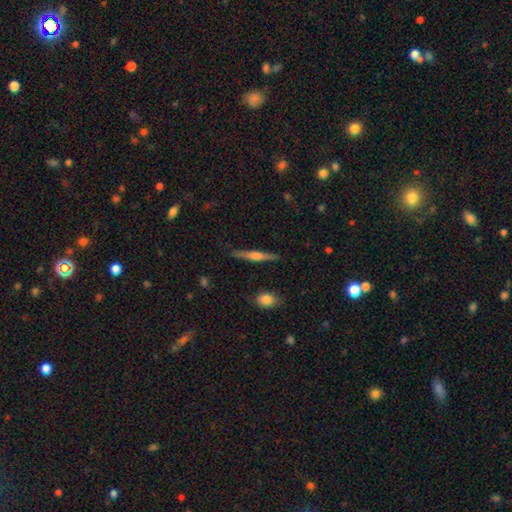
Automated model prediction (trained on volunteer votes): Smooth or featured?
  - featured or disk: 65% *
  - smooth: 28%
  - star or artifact: 7%
Edge-on disk?
  - yes: 98% *
  - no: 2%
Edge-on bulge?
  - rounded: 82% *
  - boxy: 11%
  - none: 7%
Merging?
  - none: 89% *
  - minor disturbance: 8%
  - major disturbance: 2%
  - merger: 1%